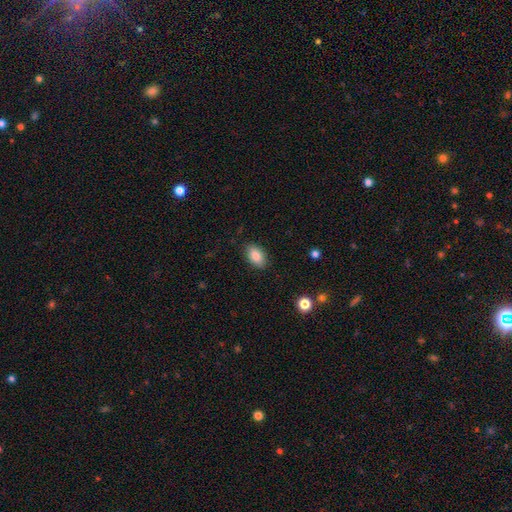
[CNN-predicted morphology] Smooth or featured? smooth (86%)
How rounded? in between (91%)
Merging? none (85%)